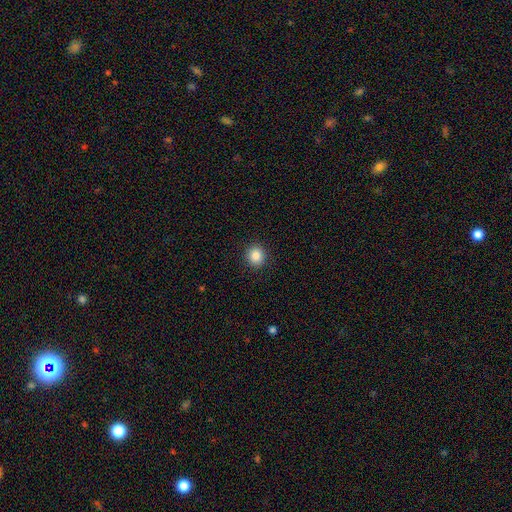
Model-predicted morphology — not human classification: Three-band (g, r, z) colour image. It shows a smooth galaxy with no disk features (86%) that is round (88%). Merging: none (92%).